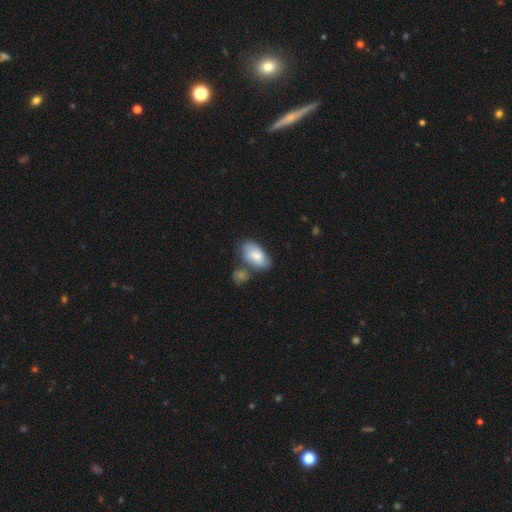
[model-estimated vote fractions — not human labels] The model was most divided on "merging": none: 49%, merger: 23%, minor disturbance: 21%, major disturbance: 7%. More confident: how rounded — in between (93%); smooth or featured — smooth (61%).